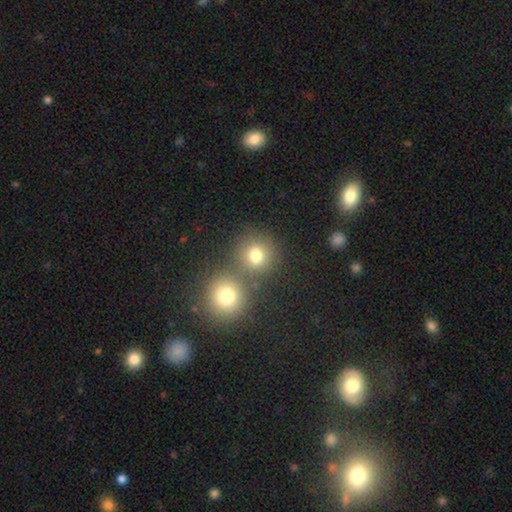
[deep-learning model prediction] Q: Smooth or featured?
A: smooth (77%); runner-up: star or artifact (15%)
Q: How rounded?
A: round (87%); runner-up: in between (12%)
Q: Merging?
A: none (56%); runner-up: merger (34%)